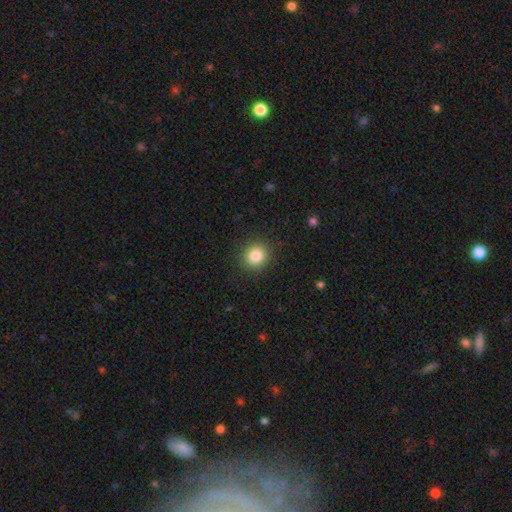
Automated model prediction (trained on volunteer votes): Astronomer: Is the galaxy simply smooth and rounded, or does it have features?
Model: smooth — 84%.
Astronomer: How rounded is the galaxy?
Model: round — 87%.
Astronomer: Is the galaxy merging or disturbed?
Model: none — 89%.